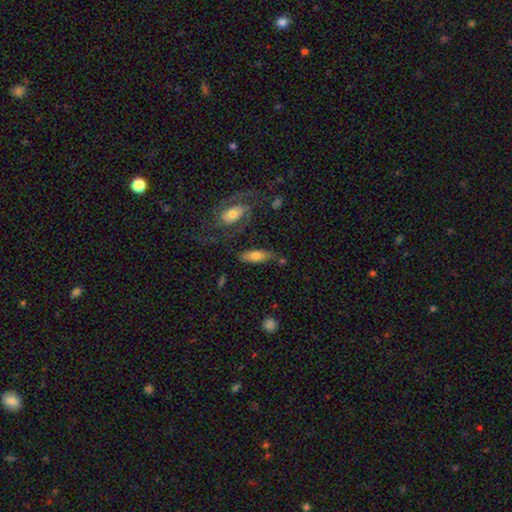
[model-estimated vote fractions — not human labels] Q: Smooth or featured?
A: smooth (61%); runner-up: featured or disk (31%)
Q: How rounded?
A: in between (62%); runner-up: cigar-shaped (35%)
Q: Merging?
A: none (64%); runner-up: minor disturbance (19%)